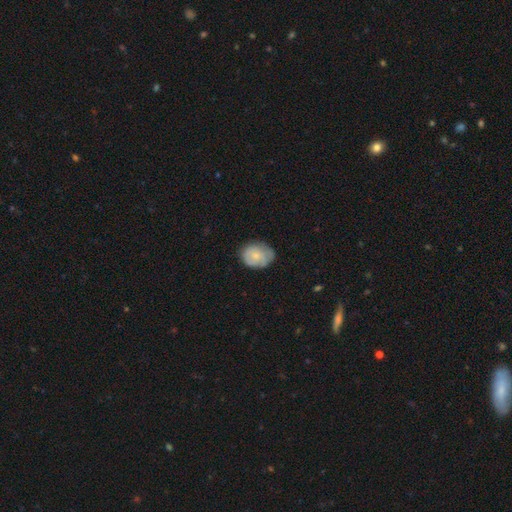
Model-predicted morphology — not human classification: Q: Smooth or featured?
A: smooth (65%); runner-up: featured or disk (28%)
Q: How rounded?
A: in between (54%); runner-up: round (45%)
Q: Merging?
A: none (62%); runner-up: minor disturbance (30%)